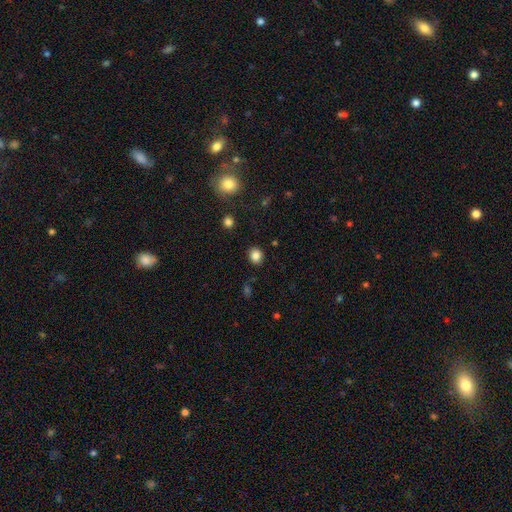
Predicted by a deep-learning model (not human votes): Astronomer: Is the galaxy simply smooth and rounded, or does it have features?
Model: smooth — 84%.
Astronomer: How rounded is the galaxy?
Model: round — 70%.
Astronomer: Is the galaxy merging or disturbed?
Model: none — 88%.